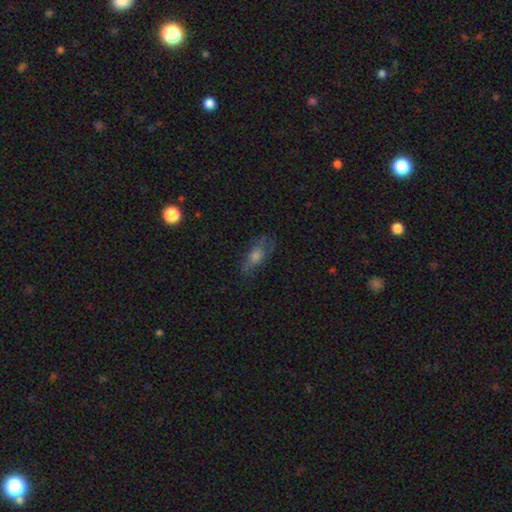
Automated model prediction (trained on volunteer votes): Smooth or featured? smooth (54%)
How rounded? in between (68%)
Merging? none (69%)